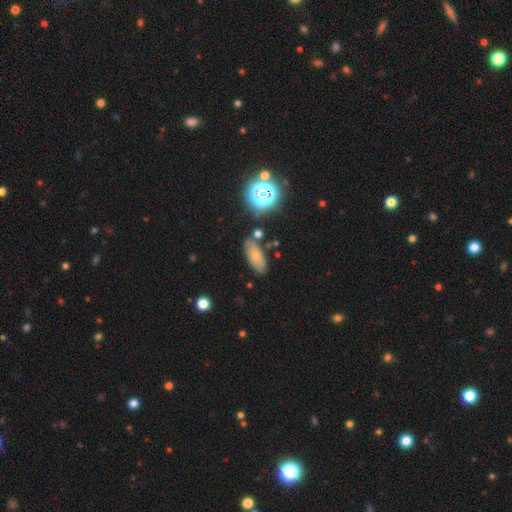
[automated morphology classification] Q: Smooth or featured?
A: smooth (69%); runner-up: featured or disk (18%)
Q: How rounded?
A: in between (79%); runner-up: cigar-shaped (16%)
Q: Merging?
A: none (75%); runner-up: minor disturbance (15%)